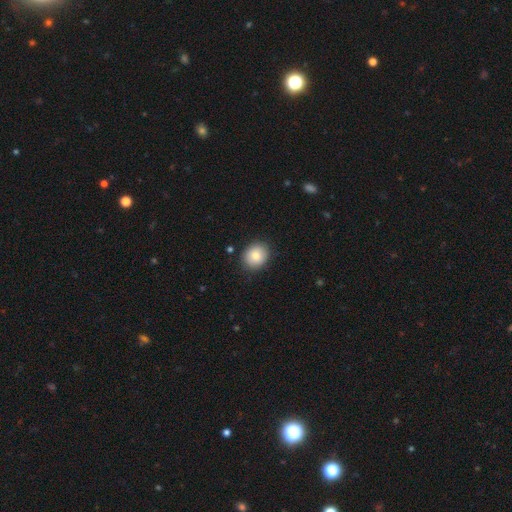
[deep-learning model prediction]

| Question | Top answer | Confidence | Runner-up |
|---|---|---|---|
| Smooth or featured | smooth | 81% | featured or disk (10%) |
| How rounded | round | 68% | in between (31%) |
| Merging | none | 87% | minor disturbance (10%) |